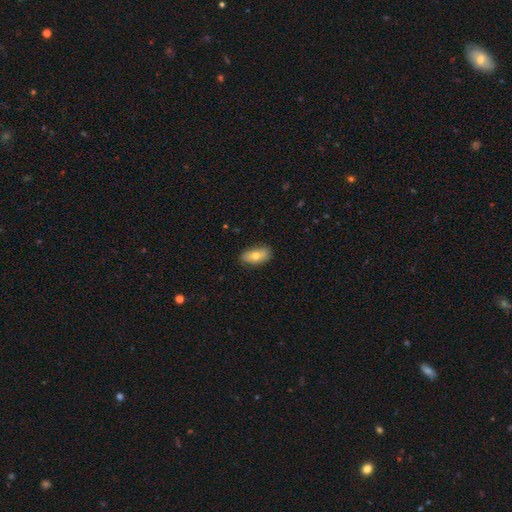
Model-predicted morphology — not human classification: This is likely a smooth galaxy (67%). How rounded: clearly in between (91%). Merging: likely none (79%).